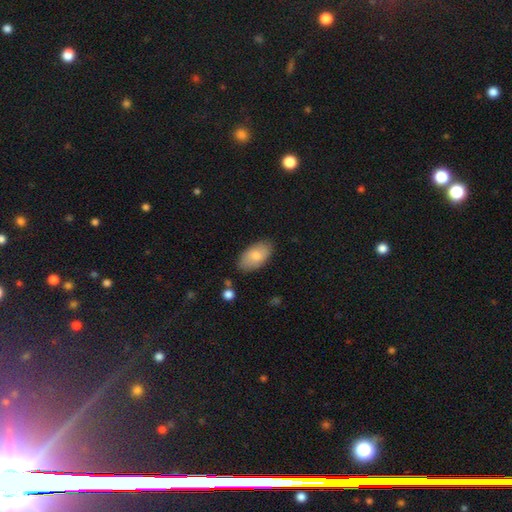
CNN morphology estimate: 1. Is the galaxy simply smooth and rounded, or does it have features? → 77% smooth, 17% featured or disk, 6% star or artifact.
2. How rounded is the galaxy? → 94% in between, 4% round, 2% cigar-shaped.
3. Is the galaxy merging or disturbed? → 82% none, 13% minor disturbance, 3% major disturbance, 2% merger.